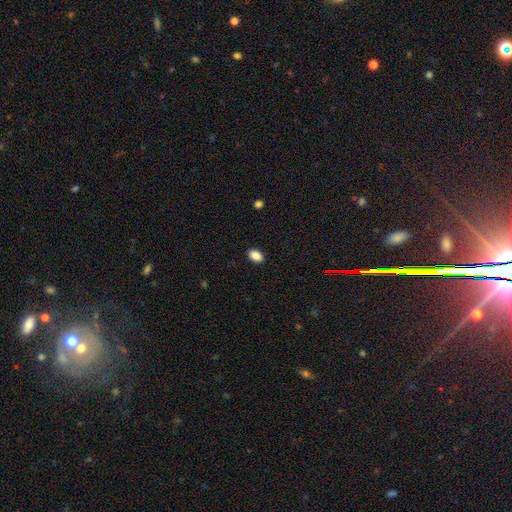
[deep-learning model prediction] Smooth or featured? Predicted: smooth (p=0.89). How rounded? Predicted: in between (p=0.86). Merging? Predicted: none (p=0.90).